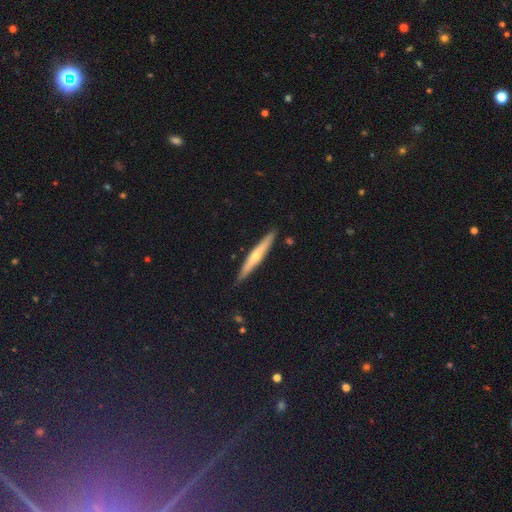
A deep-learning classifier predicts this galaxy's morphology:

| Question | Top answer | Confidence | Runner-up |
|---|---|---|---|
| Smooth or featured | featured or disk | 58% | smooth (27%) |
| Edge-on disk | yes | 94% | no (6%) |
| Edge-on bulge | rounded | 78% | none (17%) |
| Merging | none | 89% | minor disturbance (8%) |